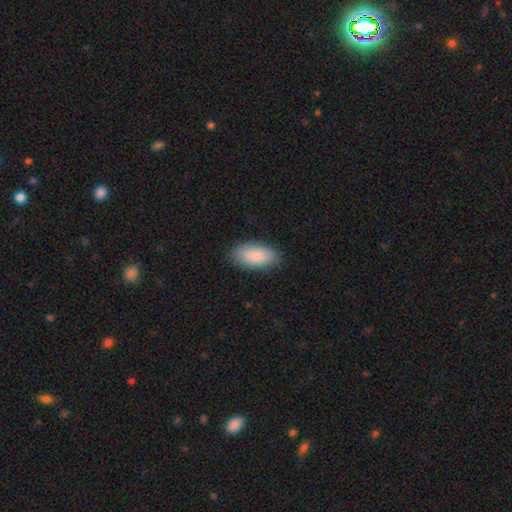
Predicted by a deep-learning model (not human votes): Smooth or featured? Predicted: smooth (p=0.87). How rounded? Predicted: in between (p=0.94). Merging? Predicted: none (p=0.86).